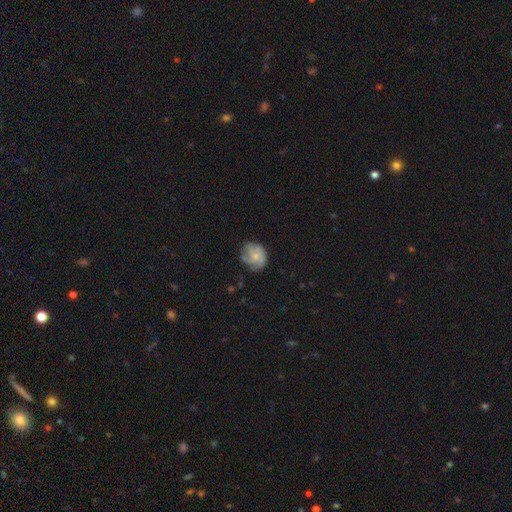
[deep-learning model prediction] This appears to be a featured or disk galaxy (51%) with no bar (81%), spiral arms (75%) and a small central bulge (61%). Merging: none (62%).